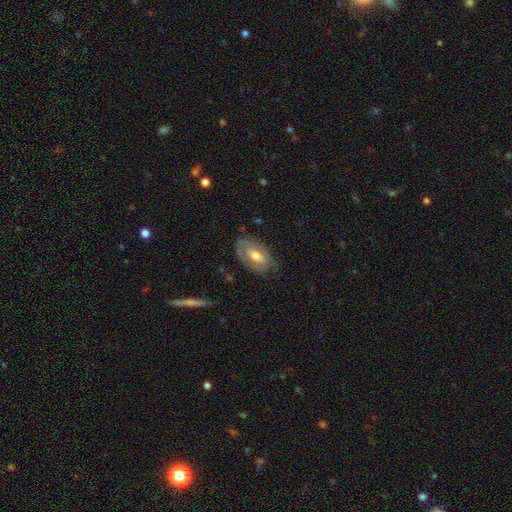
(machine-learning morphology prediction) This is likely a featured or disk galaxy (66%). It is clearly not viewed edge-on (92%). Bar: marginally no (43%). Spiral arm pattern: likely yes (71%). Central bulge: likely moderate (66%). Merging: likely none (69%).